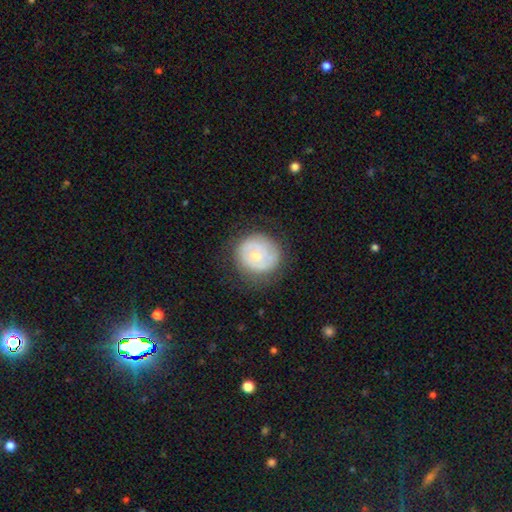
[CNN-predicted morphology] This is possibly a featured or disk galaxy (53%). It is clearly not viewed edge-on (97%). Bar: clearly no (83%). Spiral arm pattern: possibly yes (50%, tied with no). Central bulge: possibly moderate (53%). Merging: likely none (74%).